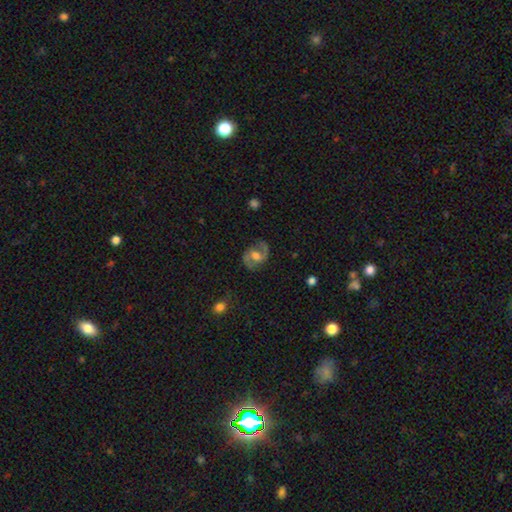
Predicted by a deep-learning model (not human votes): smooth-or-featured: featured or disk: 82% | smooth: 12% | star or artifact: 6%
  disk-edge-on: no: 97% | yes: 3%
    bar: weak: 44% | no: 41% | strong: 15%
    has-spiral-arms: yes: 94% | no: 6%
      spiral-winding: medium: 55% | loose: 27% | tight: 18%
      spiral-arm-count: 2: 92% | can't tell: 3% | 1: 2% | 3: 1% | 4: 1% | more than 4: 1%
    bulge-size: moderate: 67% | large: 16% | small: 14% | none: 3% | dominant: 1%
  merging: none: 80% | minor disturbance: 13% | major disturbance: 5% | merger: 1%